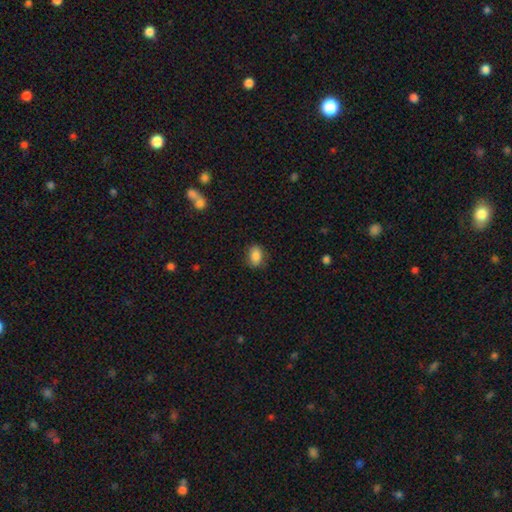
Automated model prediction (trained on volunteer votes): smooth-or-featured: smooth: 87% | star or artifact: 8% | featured or disk: 5%
  how-rounded: in between: 80% | round: 19% | cigar-shaped: 2%
  merging: none: 81% | minor disturbance: 14% | major disturbance: 3% | merger: 1%